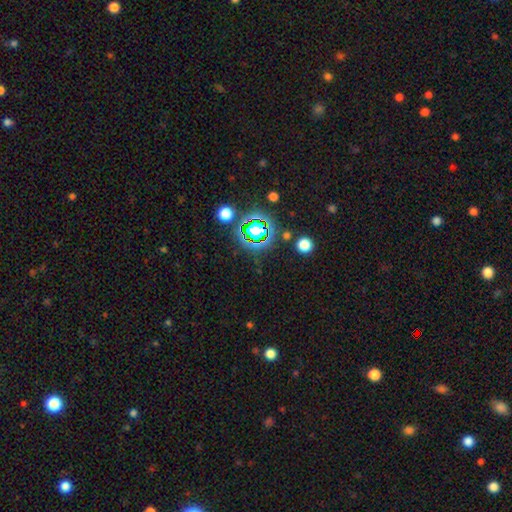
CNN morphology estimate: smooth_or_featured: star or artifact (p=0.78) [alt: smooth p=0.14]